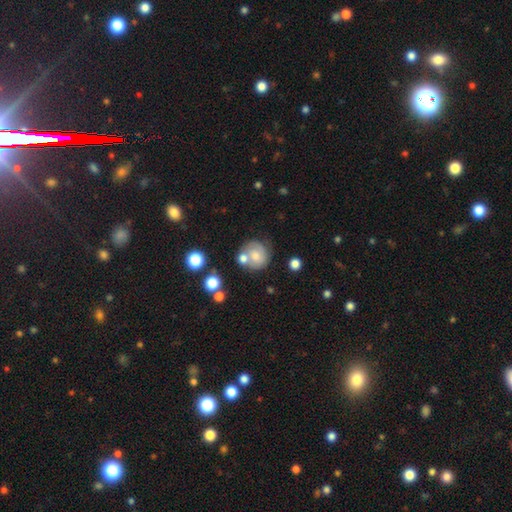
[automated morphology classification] smooth_or_featured: smooth (p=0.55) [alt: featured or disk p=0.36]
how_rounded: round (p=0.86) [alt: in between p=0.13]
merging: none (p=0.50) [alt: merger p=0.27]